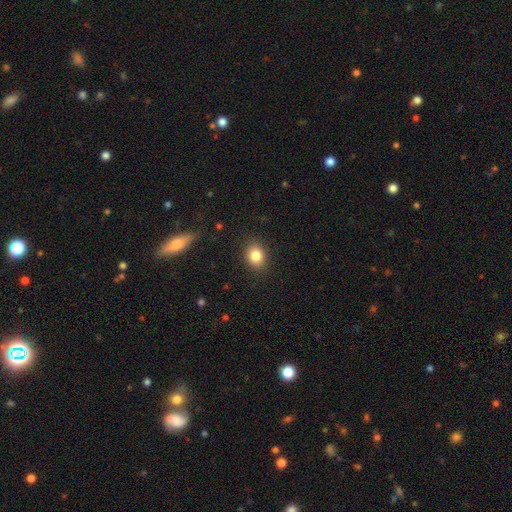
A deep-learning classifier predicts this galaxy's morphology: Smooth or featured: smooth — 83% (star or artifact — 10%)
How rounded: in between — 53% (round — 46%)
Merging: none — 87% (minor disturbance — 9%)